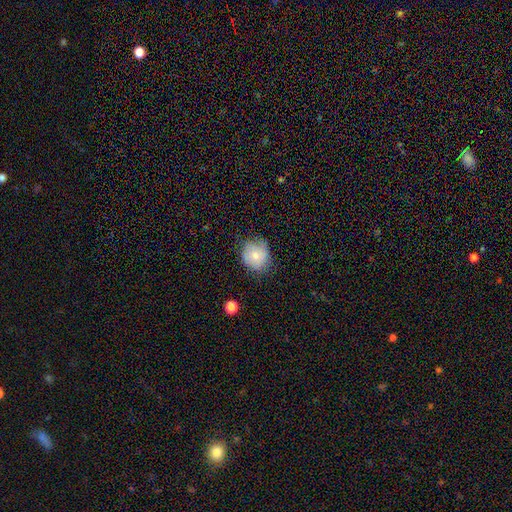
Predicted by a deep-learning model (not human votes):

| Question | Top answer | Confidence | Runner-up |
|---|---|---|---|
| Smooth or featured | smooth | 70% | featured or disk (21%) |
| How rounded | round | 77% | in between (22%) |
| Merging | none | 59% | minor disturbance (30%) |